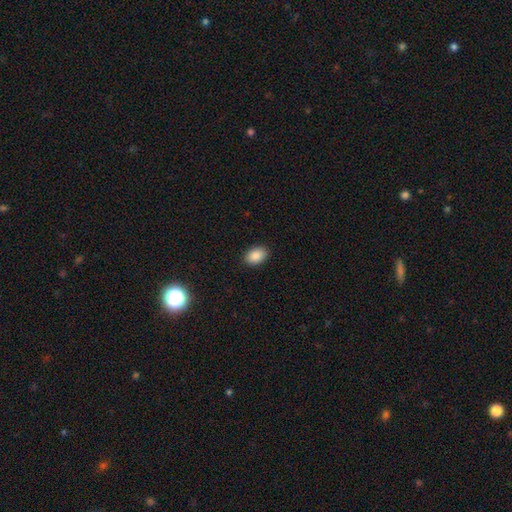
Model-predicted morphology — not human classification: type=smooth (89%); roundness=in between (86%); merging=none (89%).